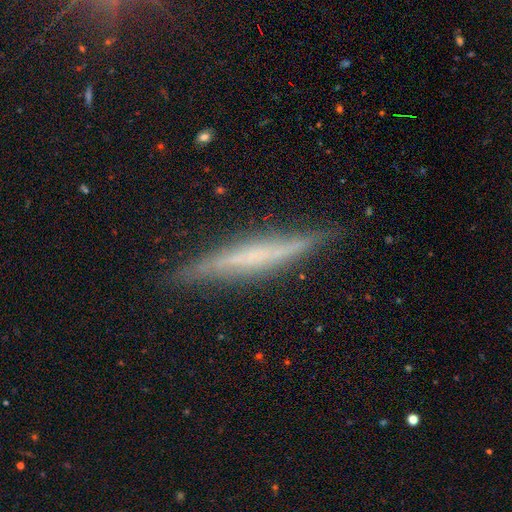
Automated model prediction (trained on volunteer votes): smooth_or_featured: featured or disk (p=0.63) [alt: smooth p=0.30]
disk_edge_on: yes (p=0.94) [alt: no p=0.06]
edge_on_bulge: none (p=0.66) [alt: rounded p=0.19]
merging: none (p=0.82) [alt: minor disturbance p=0.14]